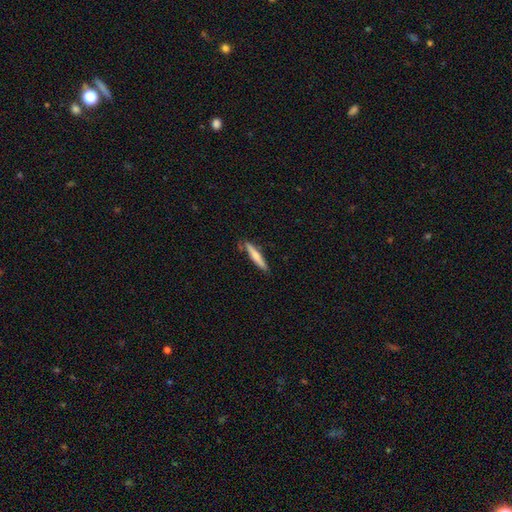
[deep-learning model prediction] Smooth or featured? smooth (65%)
How rounded? cigar-shaped (92%)
Merging? none (82%)